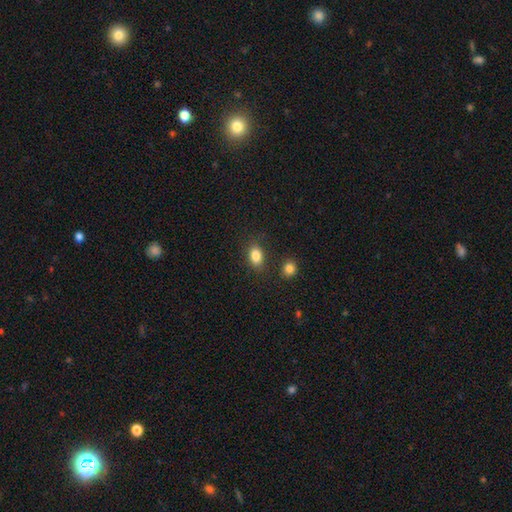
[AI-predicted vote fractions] Smooth or featured? Predicted: smooth (p=0.85). How rounded? Predicted: in between (p=0.80). Merging? Predicted: none (p=0.80).